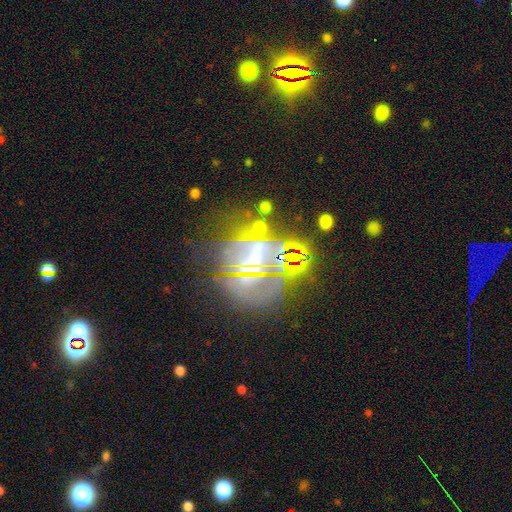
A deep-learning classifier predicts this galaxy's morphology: Smooth or featured? star or artifact (63%)